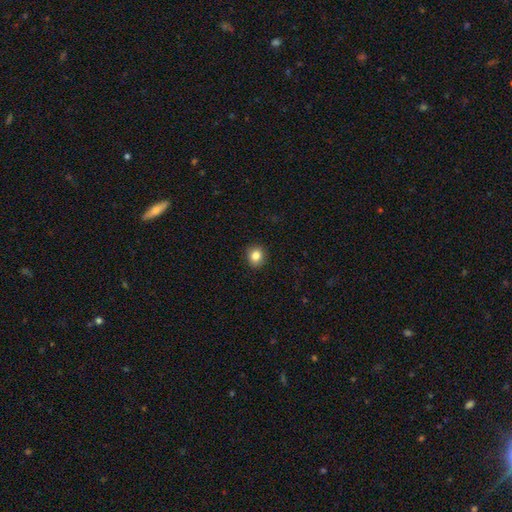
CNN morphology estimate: The model was most divided on "how rounded": round: 80%, in between: 19%, cigar-shaped: 1%. More confident: merging — none (90%); smooth or featured — smooth (84%).